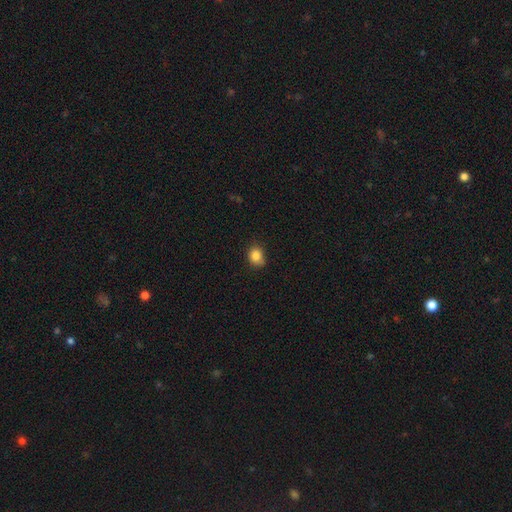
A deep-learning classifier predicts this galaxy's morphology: A smooth galaxy with no disk features (85%) that is round (56%). Merging: none (74%).